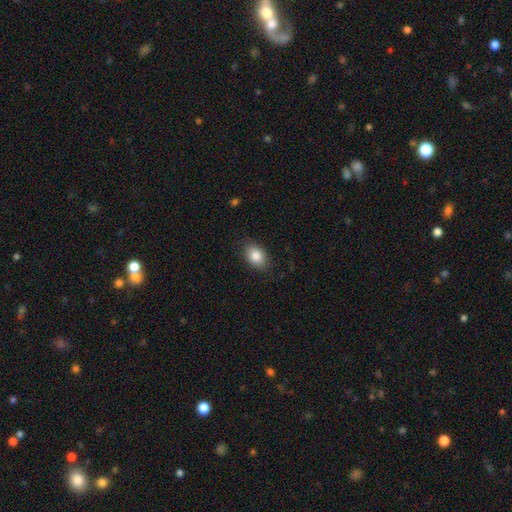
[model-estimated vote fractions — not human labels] smooth 86%, star or artifact 8%, featured or disk 7%. Down the decision tree: how rounded — in between (82%); merging — none (83%).